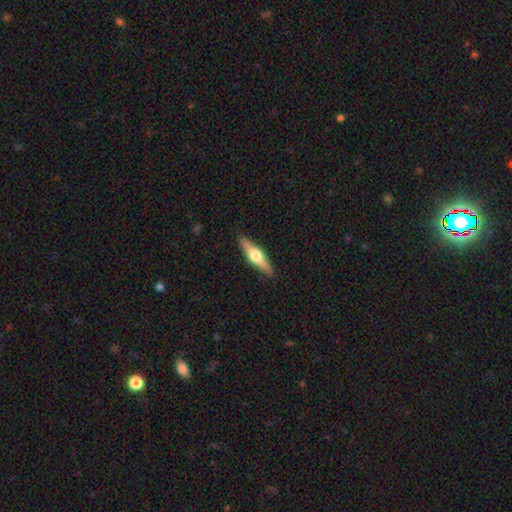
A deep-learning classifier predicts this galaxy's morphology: A featured or disk galaxy (57%) viewed edge-on (95%) with a rounded central bulge (95%).

Vote fractions:
- Smooth or featured? featured or disk: 57% / smooth: 37% / star or artifact: 5%
- Edge-on disk? yes: 95% / no: 5%
- Edge-on bulge? rounded: 95% / boxy: 3% / none: 2%
- Merging? none: 89% / minor disturbance: 8% / major disturbance: 2% / merger: 1%